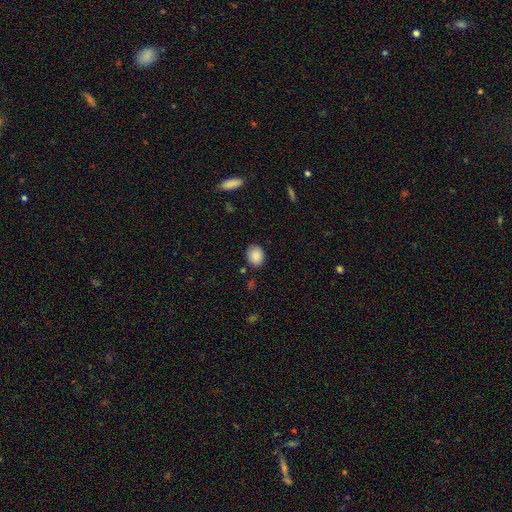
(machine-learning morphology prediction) Smooth or featured?
  - smooth: 87% *
  - star or artifact: 8%
  - featured or disk: 5%
How rounded?
  - round: 57% *
  - in between: 43%
  - cigar-shaped: 1%
Merging?
  - none: 83% *
  - minor disturbance: 12%
  - major disturbance: 3%
  - merger: 2%